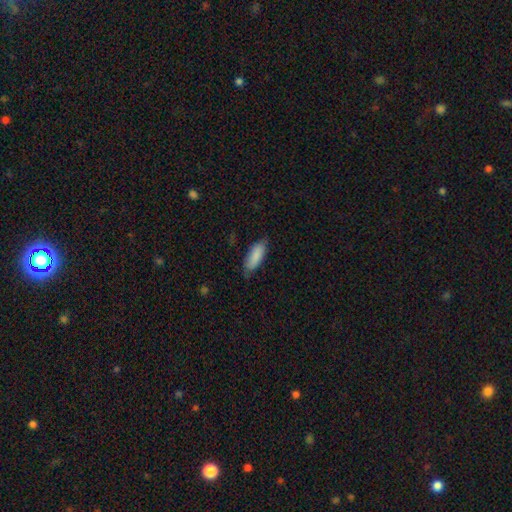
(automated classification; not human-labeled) smooth 87%, featured or disk 7%, star or artifact 6%. Down the decision tree: how rounded — in between (71%); merging — none (75%).